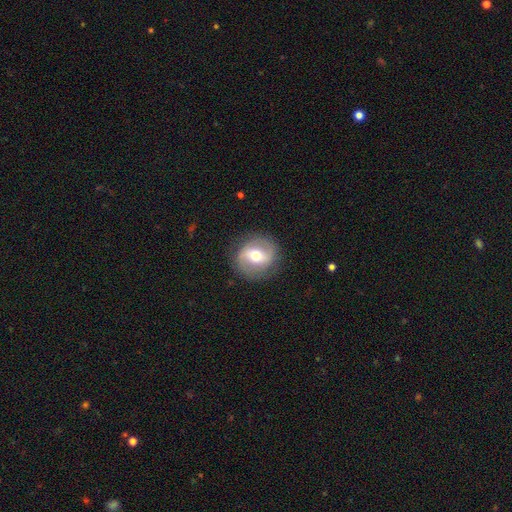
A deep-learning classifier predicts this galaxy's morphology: Overall: featured or disk (59%; smooth 34%). Edge-on disk: no (95%). Bar: weak (41%; strong 34%). Spiral arms: yes (64%; no 36%). Bulge size: moderate (73%). Merging: none (85%).